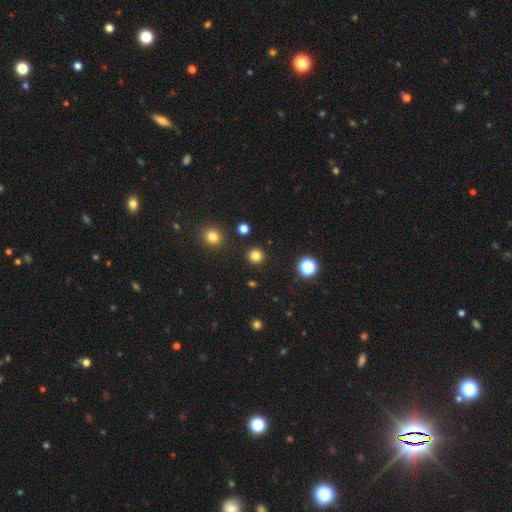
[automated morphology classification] Smooth or featured: smooth — 81% (star or artifact — 15%)
How rounded: round — 95% (in between — 4%)
Merging: none — 92% (minor disturbance — 5%)